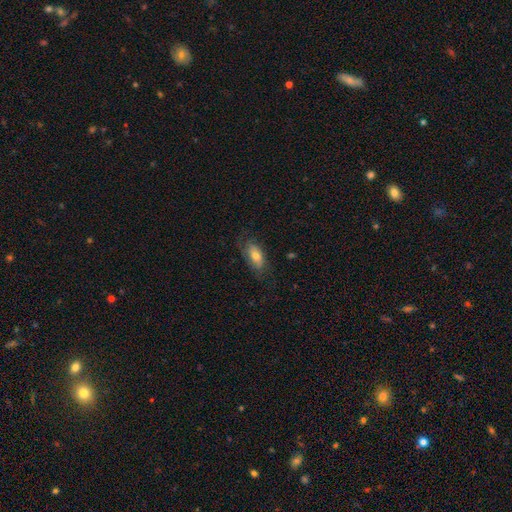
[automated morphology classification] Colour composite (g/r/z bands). It shows a smooth galaxy with no disk features (59%) that is in between round and cigar-shaped (85%). Merging: none (66%).